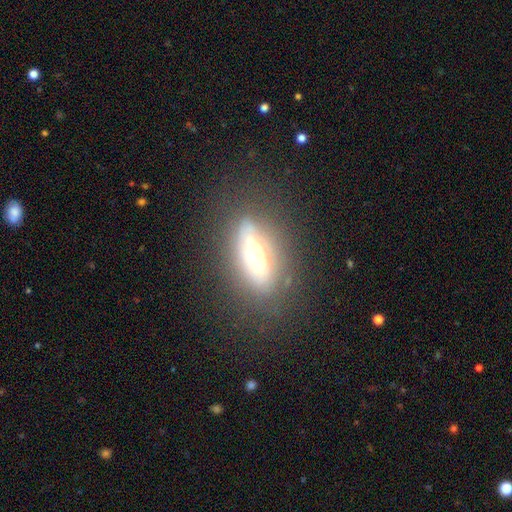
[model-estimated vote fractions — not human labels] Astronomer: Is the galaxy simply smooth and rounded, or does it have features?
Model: featured or disk — 54% (runner-up: smooth, 35%).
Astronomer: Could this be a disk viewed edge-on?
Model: yes — 60% (runner-up: no, 40%).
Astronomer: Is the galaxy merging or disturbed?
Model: none — 76%.